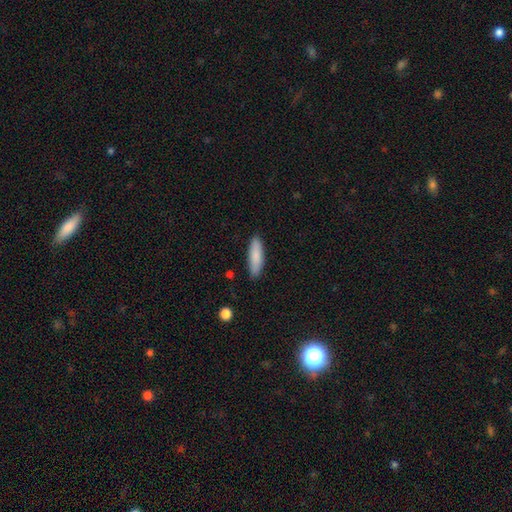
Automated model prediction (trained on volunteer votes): Smooth or featured: smooth — 86% (featured or disk — 9%)
How rounded: cigar-shaped — 60% (in between — 39%)
Merging: none — 88% (minor disturbance — 9%)